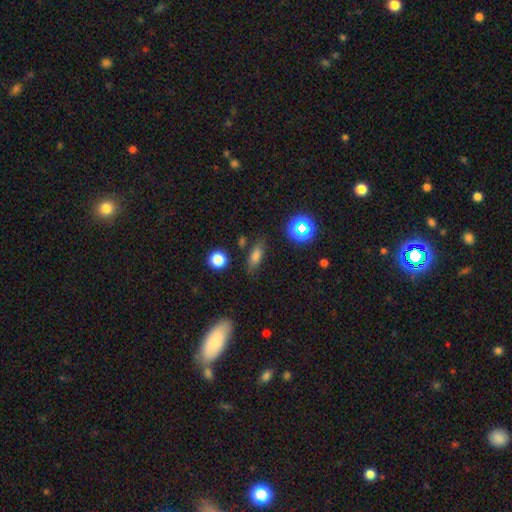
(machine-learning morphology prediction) smooth_or_featured: smooth (p=0.72) [alt: star or artifact p=0.16]
how_rounded: in between (p=0.57) [alt: cigar-shaped p=0.33]
merging: none (p=0.78) [alt: minor disturbance p=0.15]